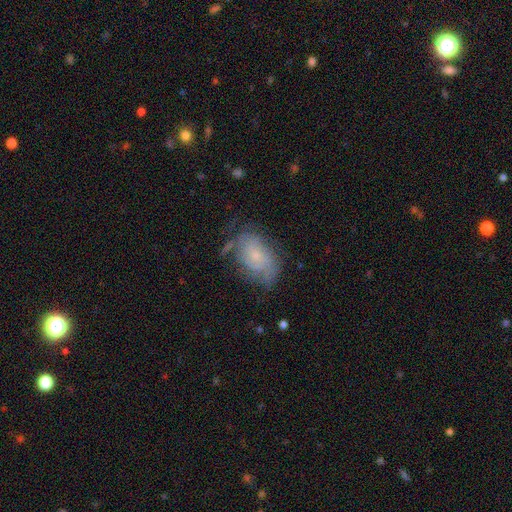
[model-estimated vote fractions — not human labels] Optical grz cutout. It shows a featured or disk galaxy (52%). Merging: none (56%).